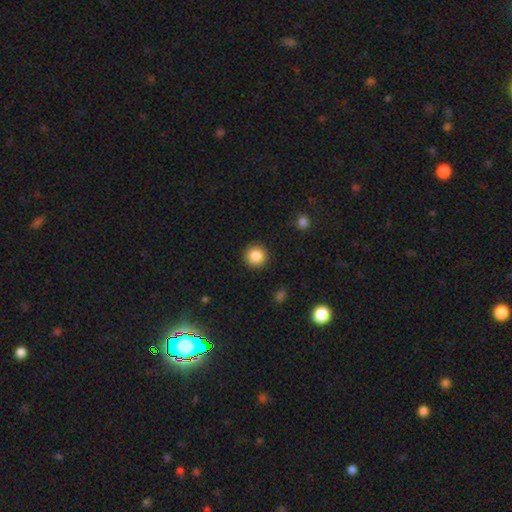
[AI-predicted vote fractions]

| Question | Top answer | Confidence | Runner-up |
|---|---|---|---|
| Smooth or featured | smooth | 86% | star or artifact (10%) |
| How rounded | round | 95% | in between (4%) |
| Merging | none | 91% | minor disturbance (6%) |